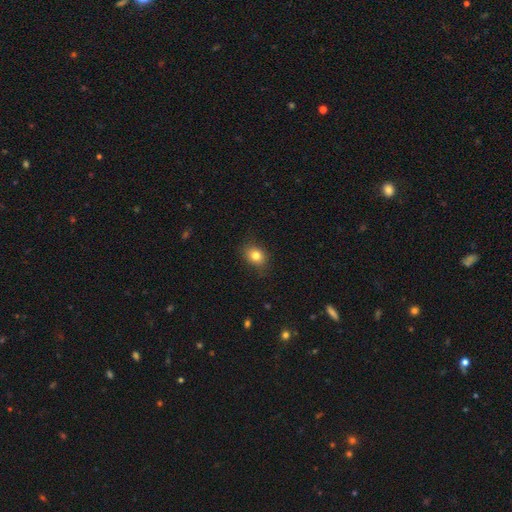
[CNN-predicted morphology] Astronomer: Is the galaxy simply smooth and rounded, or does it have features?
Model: smooth — 81%.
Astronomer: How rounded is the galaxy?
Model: in between — 51% (runner-up: round, 47%).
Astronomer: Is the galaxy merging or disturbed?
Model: none — 81%.